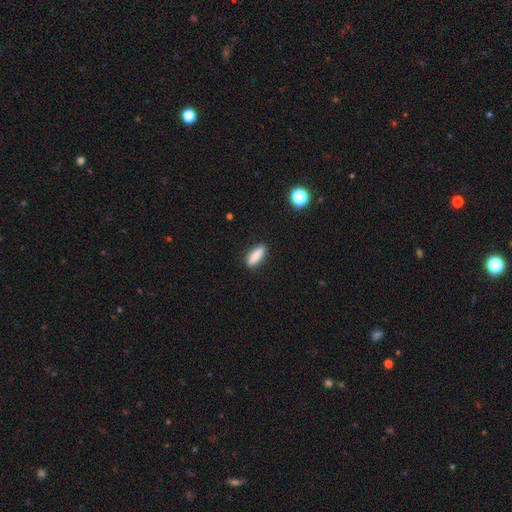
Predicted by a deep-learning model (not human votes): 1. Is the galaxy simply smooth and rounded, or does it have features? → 86% smooth, 7% featured or disk, 7% star or artifact.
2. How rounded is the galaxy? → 50% in between, 47% cigar-shaped, 2% round.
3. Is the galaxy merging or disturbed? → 88% none, 9% minor disturbance, 2% major disturbance, 1% merger.